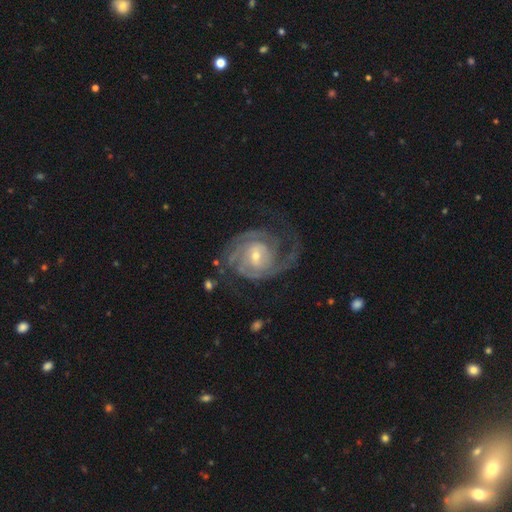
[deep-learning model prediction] Smooth or featured: featured or disk — 90% (smooth — 5%)
Edge-on disk: no — 98% (yes — 2%)
Bar: weak — 46% (no — 40%)
Spiral arms: yes — 97% (no — 3%)
Spiral winding: tight — 53% (medium — 37%)
Spiral arm count: 2 — 51% (3 — 17%)
Bulge size: small — 62% (moderate — 33%)
Merging: none — 65% (major disturbance — 17%)